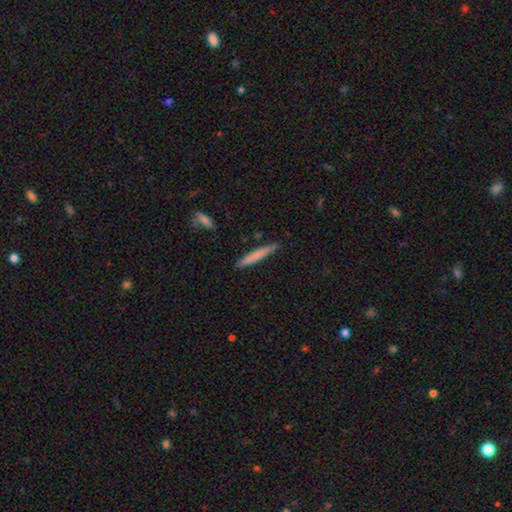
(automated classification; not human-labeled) Morphology: type=smooth (70%); roundness=cigar-shaped (96%); merging=none (86%).